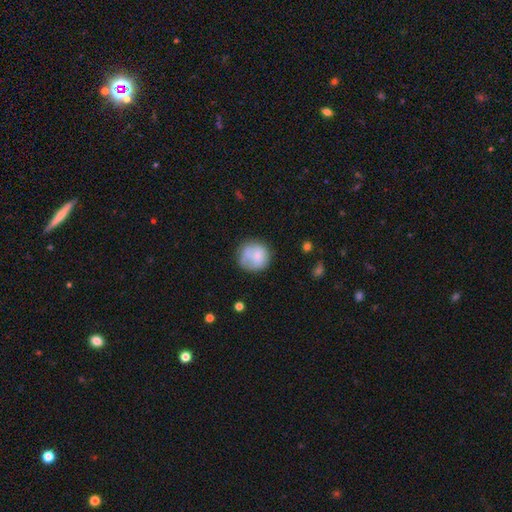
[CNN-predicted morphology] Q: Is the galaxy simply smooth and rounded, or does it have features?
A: smooth — 70%.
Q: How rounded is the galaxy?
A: round — 86%.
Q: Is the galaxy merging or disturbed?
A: none — 57%.